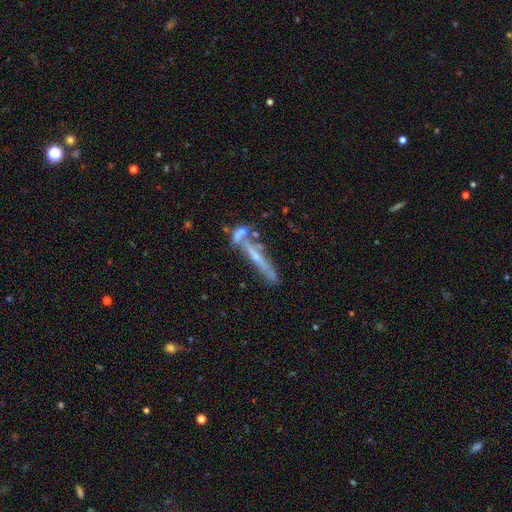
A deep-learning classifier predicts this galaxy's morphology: A featured or disk galaxy (71%) viewed edge-on (83%) with a rounded central bulge (60%). Merging: none (49%).